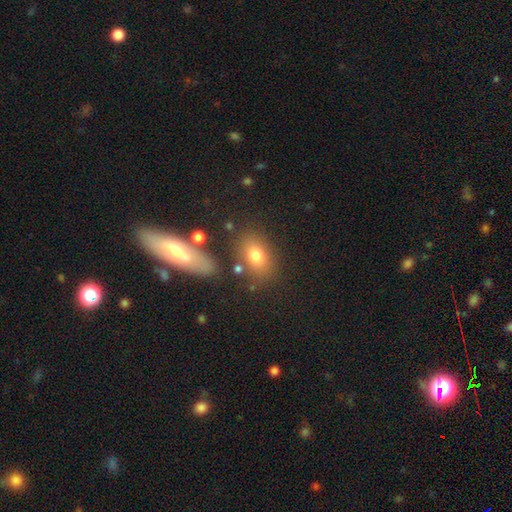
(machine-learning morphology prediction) Smooth or featured?
  - smooth: 75% *
  - featured or disk: 14%
  - star or artifact: 11%
How rounded?
  - in between: 78% *
  - round: 19%
  - cigar-shaped: 3%
Merging?
  - none: 72% *
  - minor disturbance: 14%
  - merger: 9%
  - major disturbance: 6%